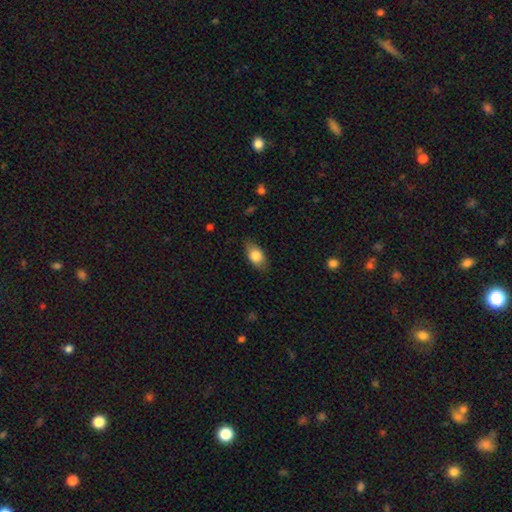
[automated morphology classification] The model was most divided on "merging": none: 81%, minor disturbance: 15%, major disturbance: 3%, merger: 1%. More confident: how rounded — in between (87%); smooth or featured — smooth (80%).